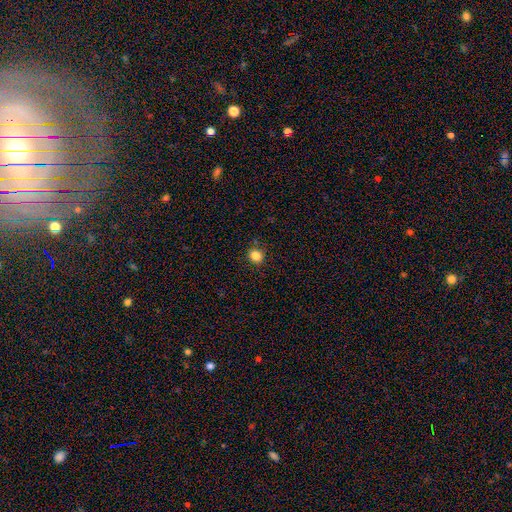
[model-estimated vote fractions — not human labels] A smooth galaxy with no disk features (84%) that is round (75%).

Vote fractions:
- Smooth or featured? smooth: 84% / star or artifact: 12% / featured or disk: 4%
- How rounded? round: 75% / in between: 24% / cigar-shaped: 1%
- Merging? none: 87% / minor disturbance: 9% / major disturbance: 2% / merger: 2%